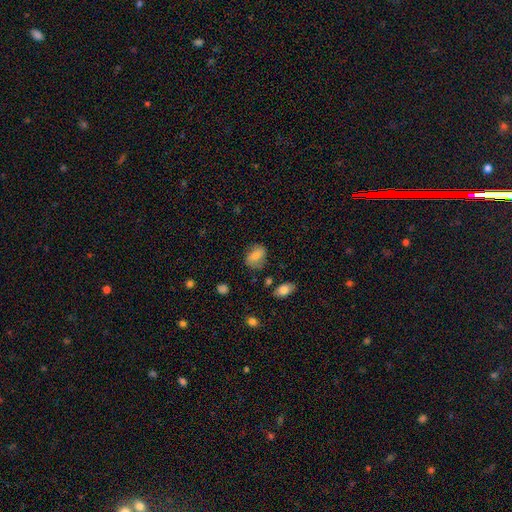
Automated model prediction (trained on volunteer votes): smooth-or-featured: smooth: 75% | featured or disk: 17% | star or artifact: 9%
  how-rounded: in between: 72% | round: 26% | cigar-shaped: 2%
  merging: none: 71% | minor disturbance: 20% | major disturbance: 6% | merger: 3%